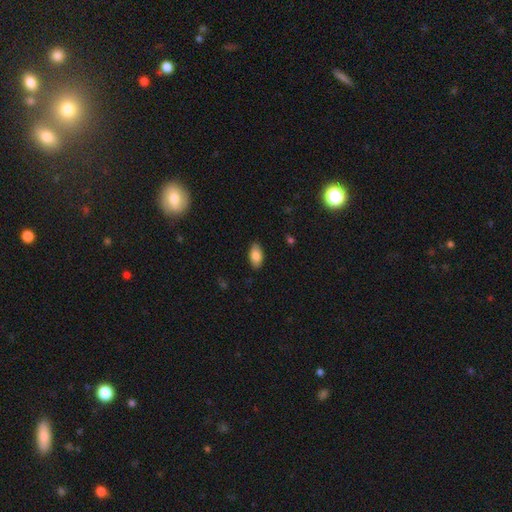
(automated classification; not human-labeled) Smooth or featured? smooth (84%)
How rounded? in between (93%)
Merging? none (87%)